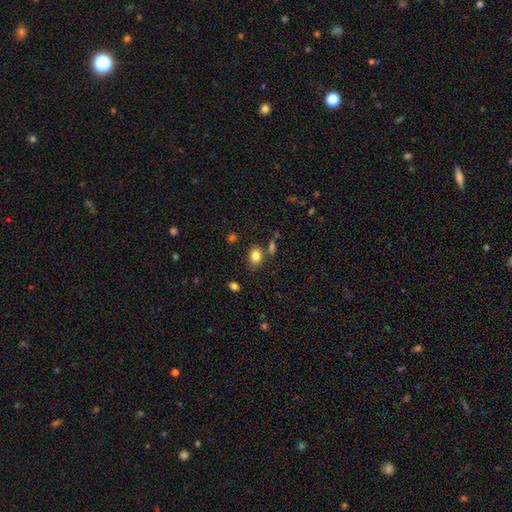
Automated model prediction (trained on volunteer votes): Morphology: type=smooth (83%); roundness=in between (60%); merging=none (73%).